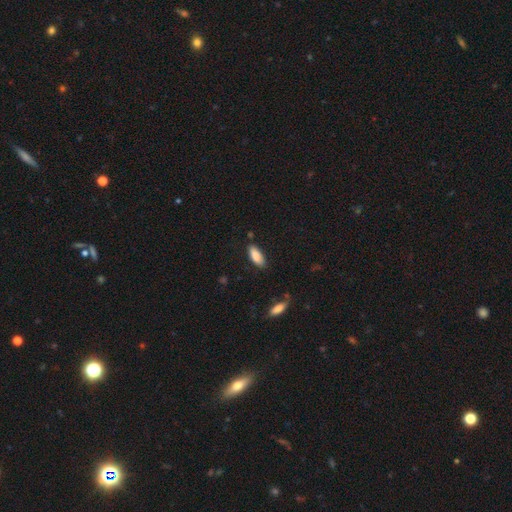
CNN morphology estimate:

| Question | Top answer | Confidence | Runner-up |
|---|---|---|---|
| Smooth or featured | smooth | 87% | featured or disk (7%) |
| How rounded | in between | 77% | cigar-shaped (21%) |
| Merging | none | 79% | minor disturbance (16%) |